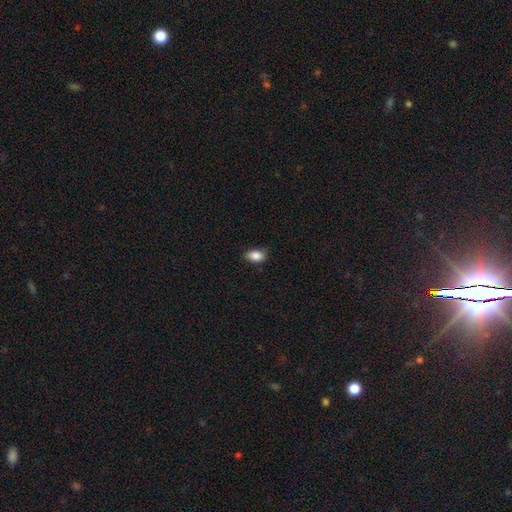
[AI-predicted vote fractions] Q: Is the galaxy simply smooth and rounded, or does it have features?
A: smooth — 87%.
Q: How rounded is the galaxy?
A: in between — 87%.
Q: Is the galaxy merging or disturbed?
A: none — 78%.